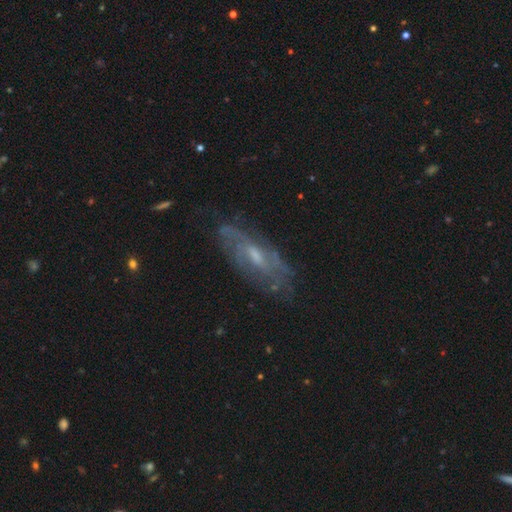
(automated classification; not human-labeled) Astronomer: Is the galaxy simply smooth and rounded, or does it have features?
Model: featured or disk — 76%.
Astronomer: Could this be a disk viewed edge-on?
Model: no — 84%.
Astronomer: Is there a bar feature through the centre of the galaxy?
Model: weak — 48% (runner-up: no, 43%).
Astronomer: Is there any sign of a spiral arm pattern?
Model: yes — 83%.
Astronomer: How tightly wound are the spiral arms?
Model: tight — 42% (runner-up: medium, 41%).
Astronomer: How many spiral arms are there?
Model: can't tell — 49% (runner-up: 2, 31%).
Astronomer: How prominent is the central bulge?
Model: moderate — 47% (runner-up: small, 41%).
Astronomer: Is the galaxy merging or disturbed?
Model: none — 71%.